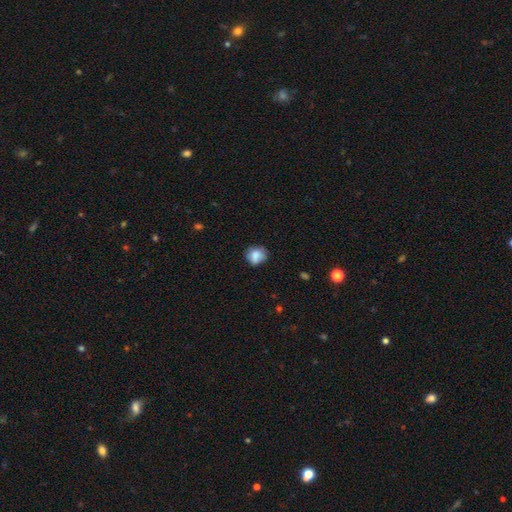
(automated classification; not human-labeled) Overall: smooth (78%). How rounded: round (69%; in between 30%). Merging: none (63%; minor disturbance 26%).